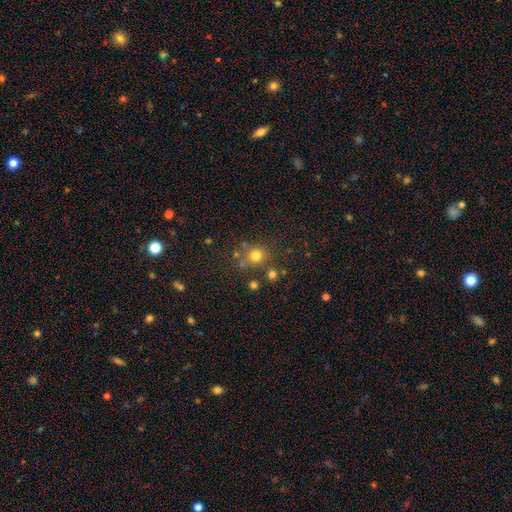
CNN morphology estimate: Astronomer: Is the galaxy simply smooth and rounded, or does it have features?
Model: smooth — 74%.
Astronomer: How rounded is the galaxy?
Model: round — 86%.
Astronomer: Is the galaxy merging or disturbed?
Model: none — 72%.